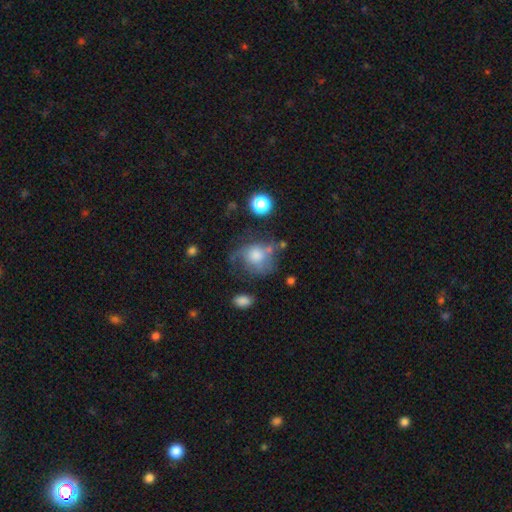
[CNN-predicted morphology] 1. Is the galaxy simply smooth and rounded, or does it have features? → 53% smooth, 36% featured or disk, 11% star or artifact.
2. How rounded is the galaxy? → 68% round, 31% in between, 1% cigar-shaped.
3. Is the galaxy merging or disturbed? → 40% none, 27% major disturbance, 26% minor disturbance, 7% merger.